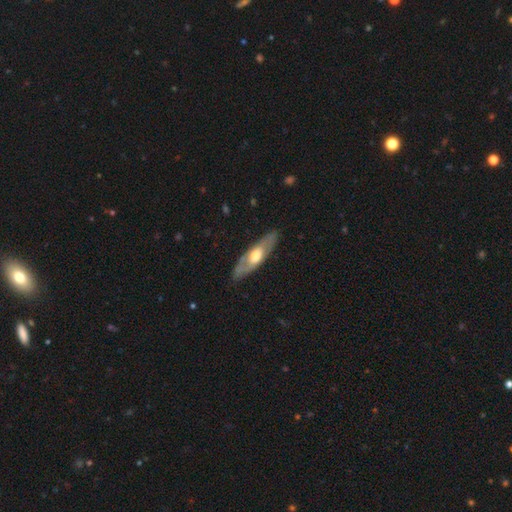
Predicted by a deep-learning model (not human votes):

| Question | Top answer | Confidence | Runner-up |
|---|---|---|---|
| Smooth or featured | featured or disk | 59% | smooth (37%) |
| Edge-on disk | no | 56% | yes (44%) |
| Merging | none | 82% | minor disturbance (13%) |